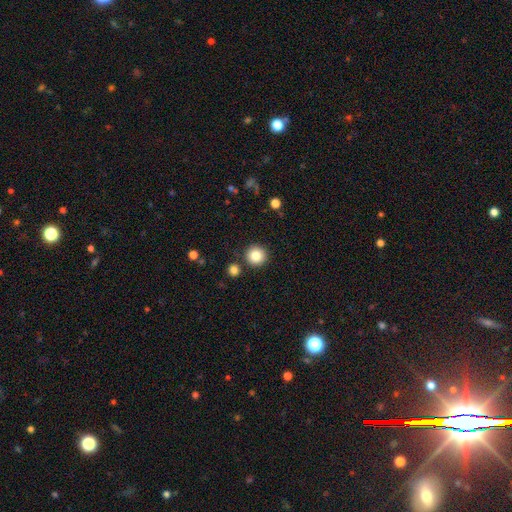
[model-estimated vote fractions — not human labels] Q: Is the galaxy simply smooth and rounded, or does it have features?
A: smooth — 84%.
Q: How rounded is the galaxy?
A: round — 95%.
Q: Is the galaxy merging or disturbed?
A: none — 88%.